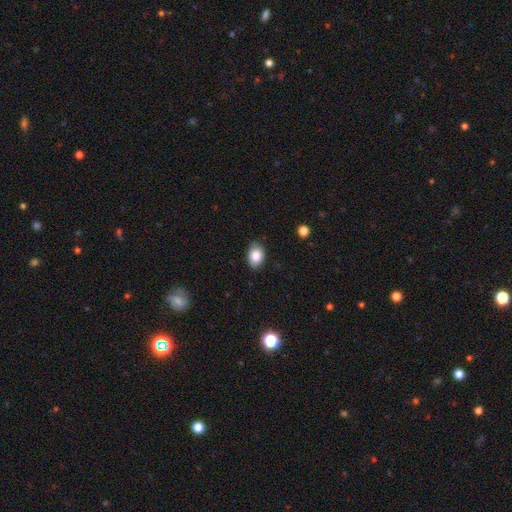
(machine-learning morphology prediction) smooth_or_featured: smooth (p=0.84) [alt: featured or disk p=0.08]
how_rounded: in between (p=0.76) [alt: round p=0.23]
merging: none (p=0.82) [alt: minor disturbance p=0.15]